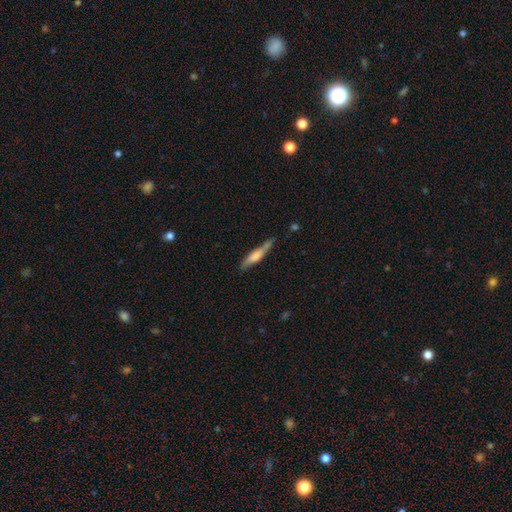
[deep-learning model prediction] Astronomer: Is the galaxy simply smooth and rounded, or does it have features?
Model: smooth — 55% (runner-up: featured or disk, 39%).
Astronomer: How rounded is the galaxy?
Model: cigar-shaped — 85%.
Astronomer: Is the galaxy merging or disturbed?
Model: none — 69%.